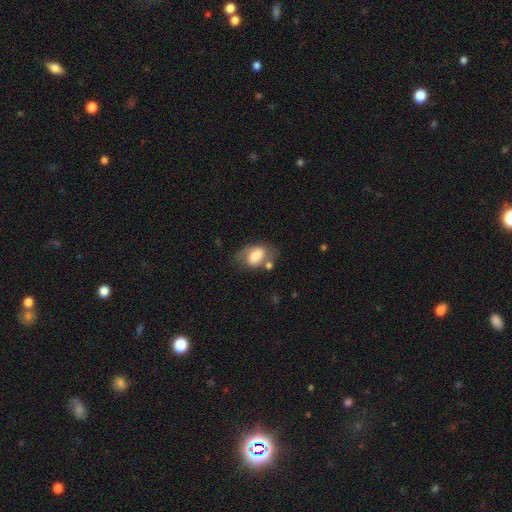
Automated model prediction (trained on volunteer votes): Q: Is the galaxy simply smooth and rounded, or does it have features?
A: smooth — 65%.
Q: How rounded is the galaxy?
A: in between — 84%.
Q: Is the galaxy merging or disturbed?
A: none — 47%.